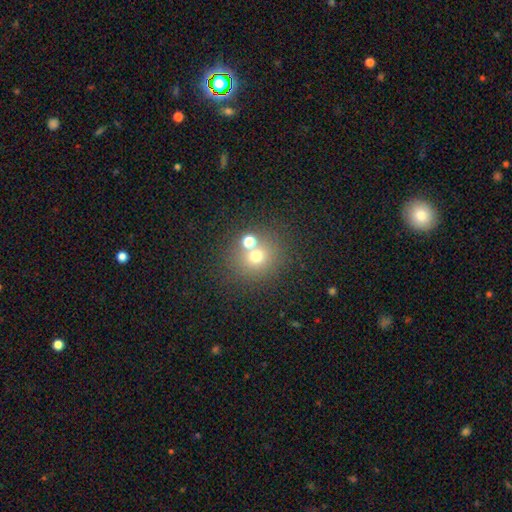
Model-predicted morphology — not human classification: smooth-or-featured: smooth: 66% | star or artifact: 21% | featured or disk: 13%
  how-rounded: round: 86% | in between: 13% | cigar-shaped: 1%
  merging: none: 62% | merger: 26% | minor disturbance: 8% | major disturbance: 4%